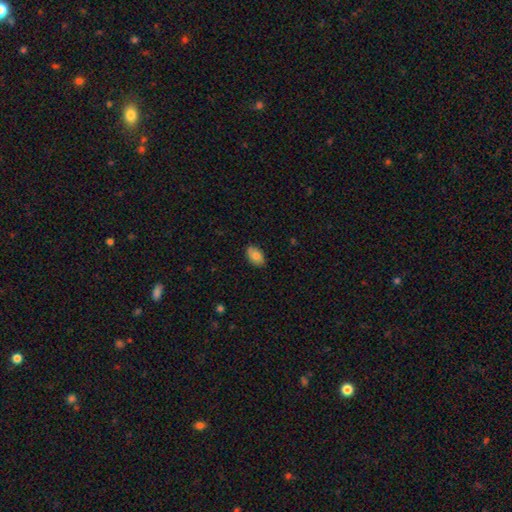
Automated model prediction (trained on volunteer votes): Overall: smooth (81%). How rounded: in between (91%). Merging: none (84%).